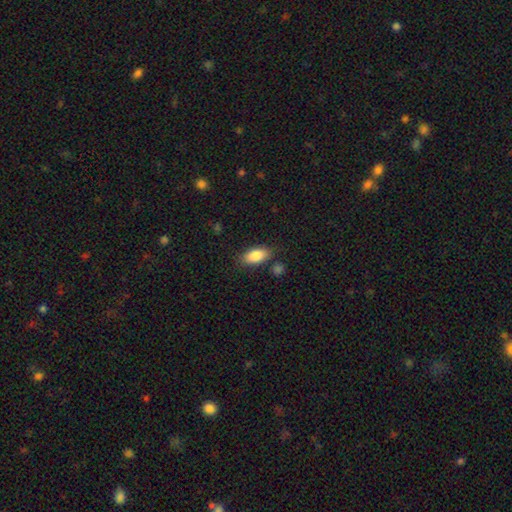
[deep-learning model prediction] smooth 86%, featured or disk 7%, star or artifact 7%. Down the decision tree: how rounded — in between (89%); merging — none (81%).